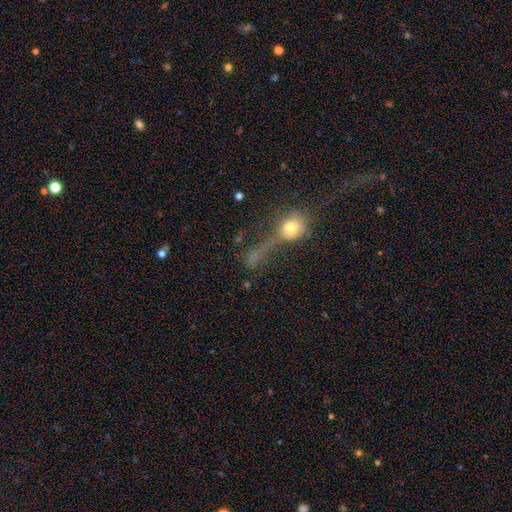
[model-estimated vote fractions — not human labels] This is possibly a smooth galaxy (48%). Merging: marginally major disturbance (38%).